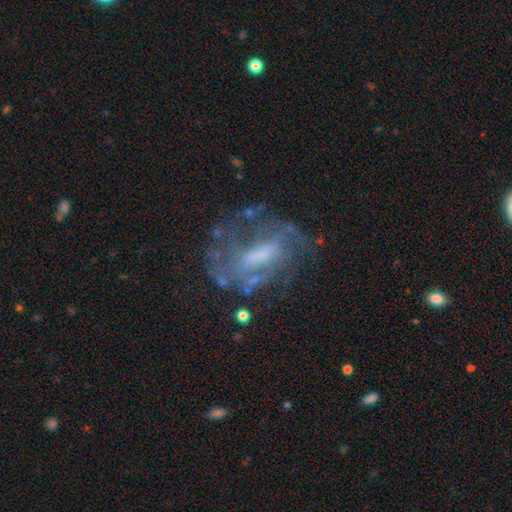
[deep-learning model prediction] The model was most divided on "bulge size": moderate: 37%, small: 28%, none: 23%, large: 10%, dominant: 2%. Remaining: edge-on disk — no (94%); smooth or featured — featured or disk (72%); spiral arms — yes (64%); merging — none (56%); bar — weak (43%).